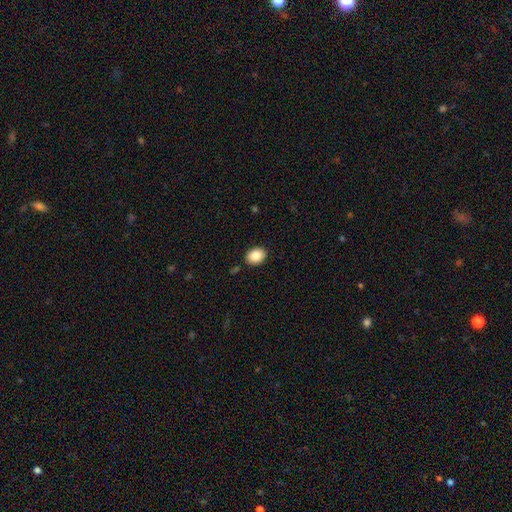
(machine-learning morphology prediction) type=smooth (87%); roundness=in between (62%); merging=none (89%).